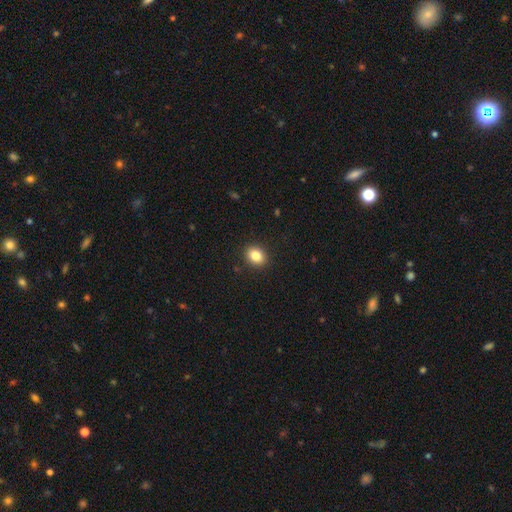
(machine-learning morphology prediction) Smooth or featured? smooth (84%)
How rounded? in between (54%)
Merging? none (90%)